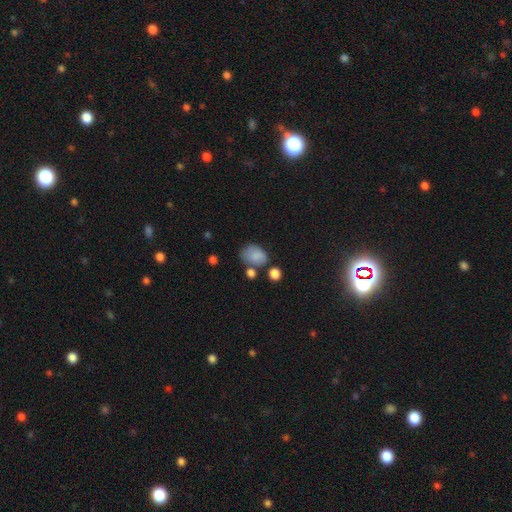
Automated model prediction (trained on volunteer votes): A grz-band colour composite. It shows a smooth galaxy with no disk features (81%) that is in between round and cigar-shaped (73%). Merging: none (49%).